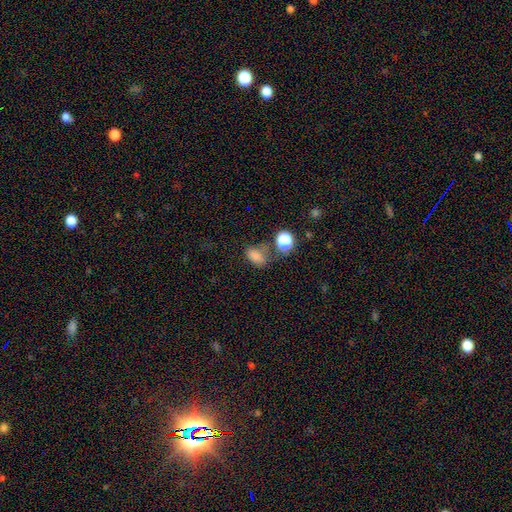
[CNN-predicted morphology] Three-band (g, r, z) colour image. It shows a smooth galaxy with no disk features (74%) that is in between round and cigar-shaped (76%). Merging: none (48%).